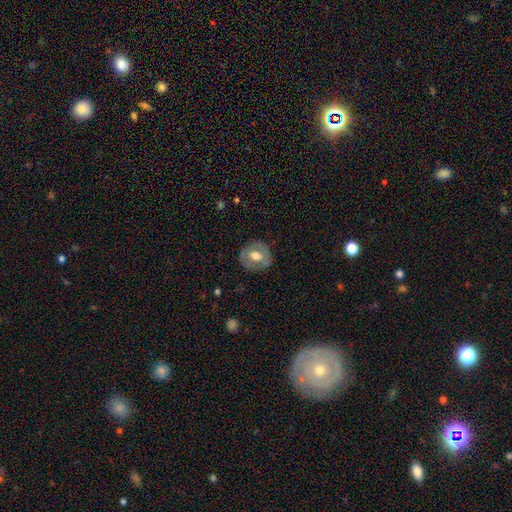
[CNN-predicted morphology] smooth 47%, featured or disk 46%, star or artifact 7%. Down the decision tree: merging — none (81%).